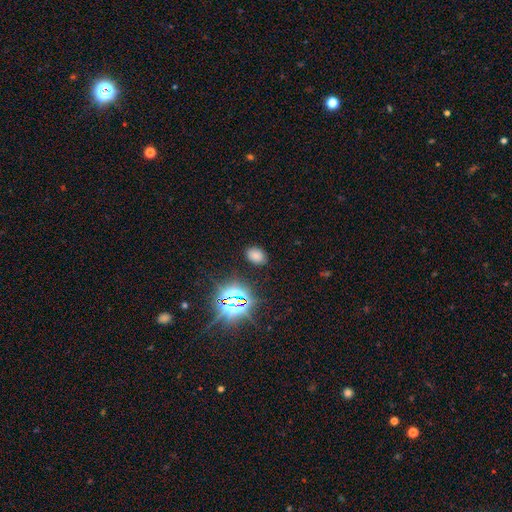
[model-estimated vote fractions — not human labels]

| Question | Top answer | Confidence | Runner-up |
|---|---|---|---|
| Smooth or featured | smooth | 68% | star or artifact (26%) |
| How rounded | in between | 84% | round (15%) |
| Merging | none | 86% | minor disturbance (10%) |